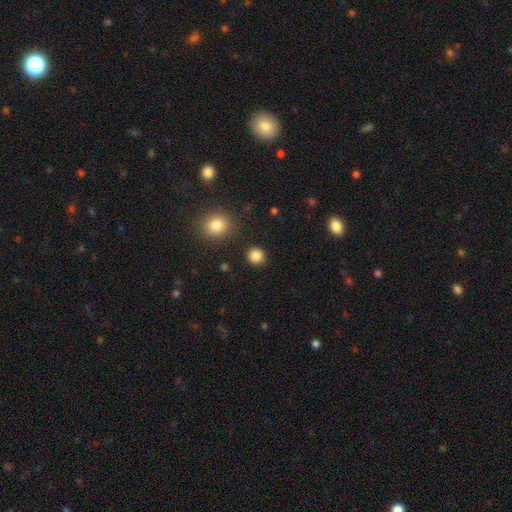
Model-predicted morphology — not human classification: Smooth or featured: smooth — 86% (star or artifact — 11%)
How rounded: round — 90% (in between — 9%)
Merging: none — 90% (minor disturbance — 6%)